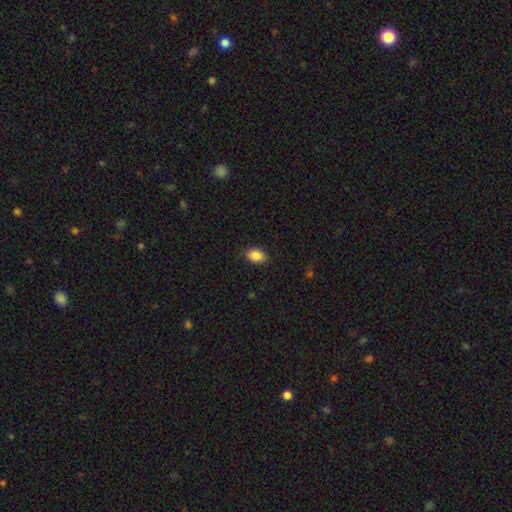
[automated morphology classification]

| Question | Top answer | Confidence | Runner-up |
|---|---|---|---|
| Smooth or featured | smooth | 88% | star or artifact (8%) |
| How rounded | in between | 80% | round (19%) |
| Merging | none | 88% | minor disturbance (9%) |